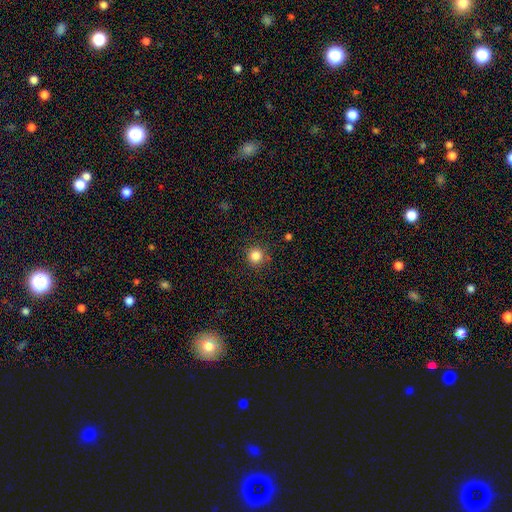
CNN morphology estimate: Smooth or featured? smooth (84%)
How rounded? round (94%)
Merging? none (88%)